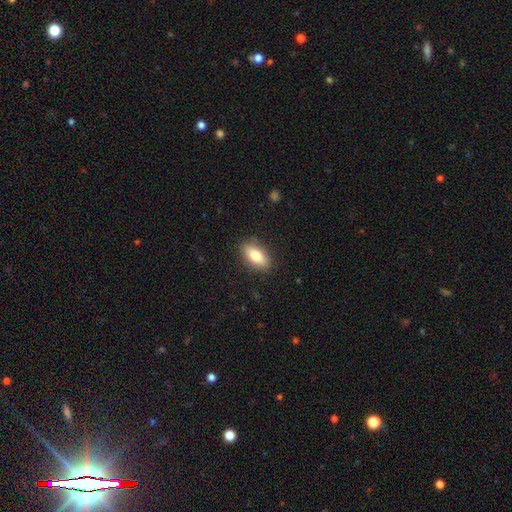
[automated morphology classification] Smooth or featured? Predicted: smooth (p=0.79). How rounded? Predicted: in between (p=0.85). Merging? Predicted: none (p=0.87).